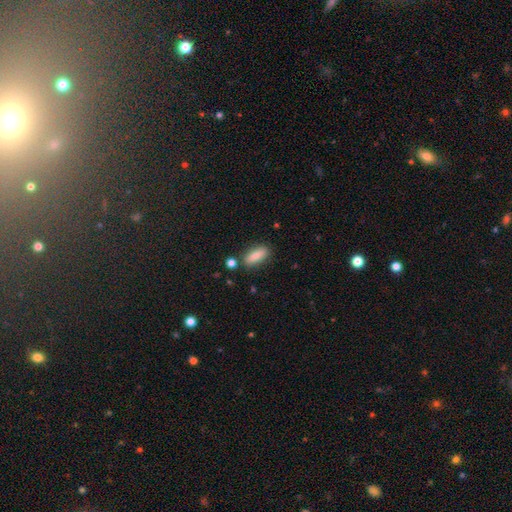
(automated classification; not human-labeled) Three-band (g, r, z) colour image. It shows a smooth galaxy with no disk features (87%) that is in between round and cigar-shaped (73%). Merging: none (82%).